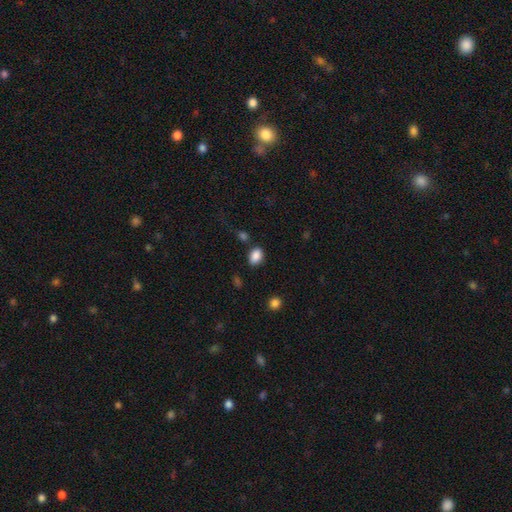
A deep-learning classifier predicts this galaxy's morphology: Smooth or featured? Predicted: smooth (p=0.87). How rounded? Predicted: in between (p=0.75). Merging? Predicted: none (p=0.77).